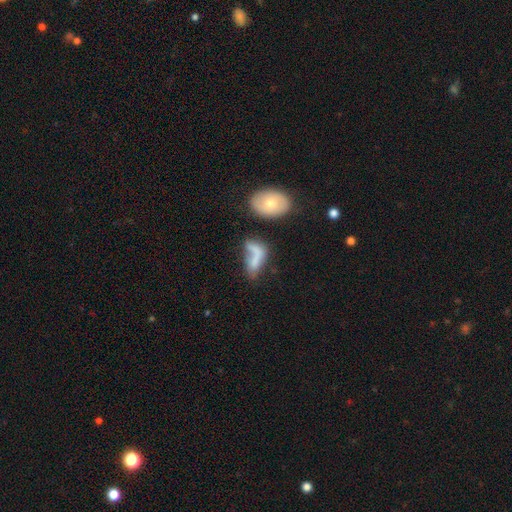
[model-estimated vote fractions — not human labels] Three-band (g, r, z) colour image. It shows a smooth galaxy with no disk features (59%) that is in between round and cigar-shaped (79%). Merging: major disturbance (31%).